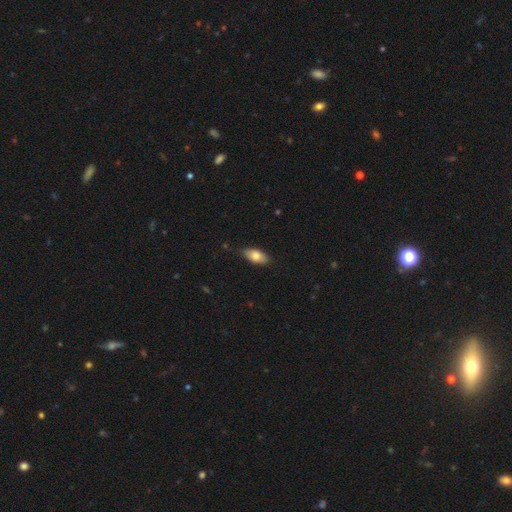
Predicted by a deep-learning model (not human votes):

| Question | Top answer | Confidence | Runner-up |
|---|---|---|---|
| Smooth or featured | smooth | 77% | featured or disk (16%) |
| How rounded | in between | 89% | cigar-shaped (7%) |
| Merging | none | 82% | minor disturbance (15%) |